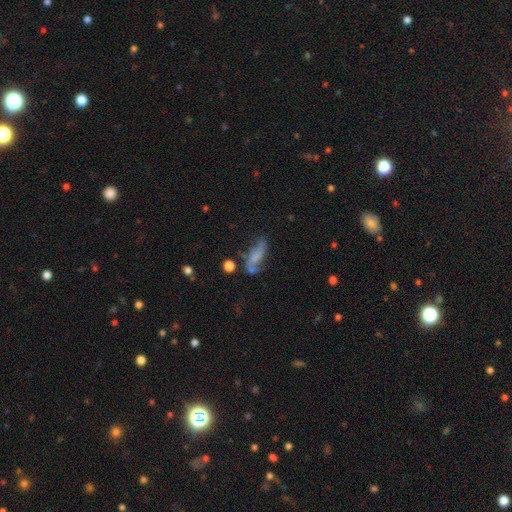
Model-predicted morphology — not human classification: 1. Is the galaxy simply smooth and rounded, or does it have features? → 47% smooth, 41% featured or disk, 12% star or artifact.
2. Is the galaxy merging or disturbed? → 37% none, 25% minor disturbance, 23% major disturbance, 15% merger.